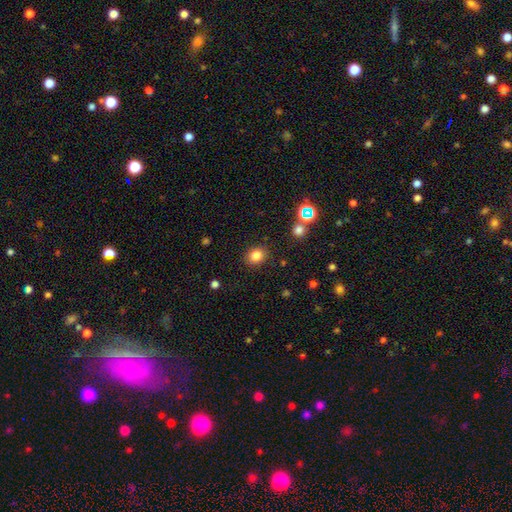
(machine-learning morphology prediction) smooth-or-featured: smooth: 81% | star or artifact: 13% | featured or disk: 6%
  how-rounded: round: 67% | in between: 32% | cigar-shaped: 1%
  merging: none: 87% | minor disturbance: 8% | major disturbance: 3% | merger: 2%